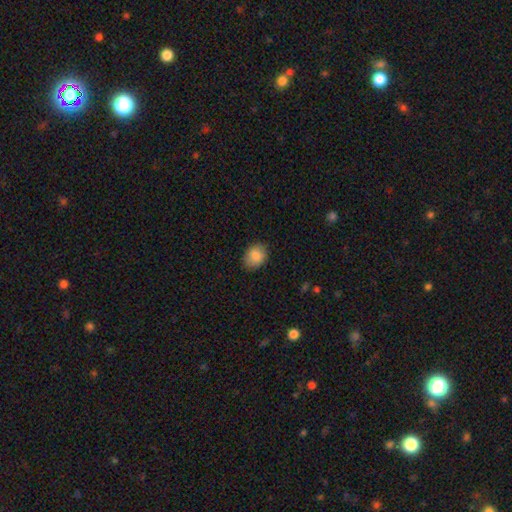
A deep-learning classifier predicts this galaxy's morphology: Smooth or featured? smooth (85%)
How rounded? in between (55%)
Merging? none (83%)